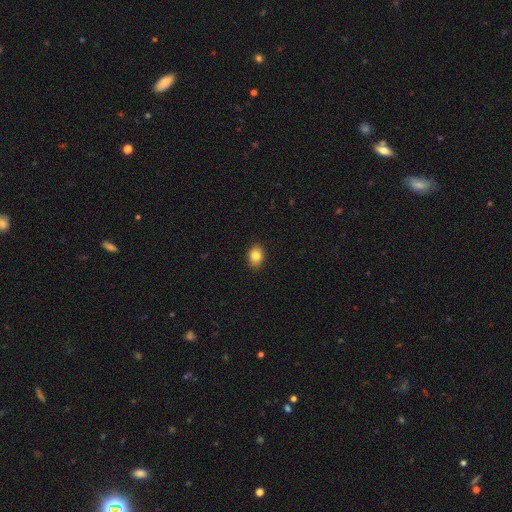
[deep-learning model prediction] smooth_or_featured: smooth (p=0.84) [alt: star or artifact p=0.09]
how_rounded: in between (p=0.68) [alt: round p=0.31]
merging: none (p=0.89) [alt: minor disturbance p=0.08]